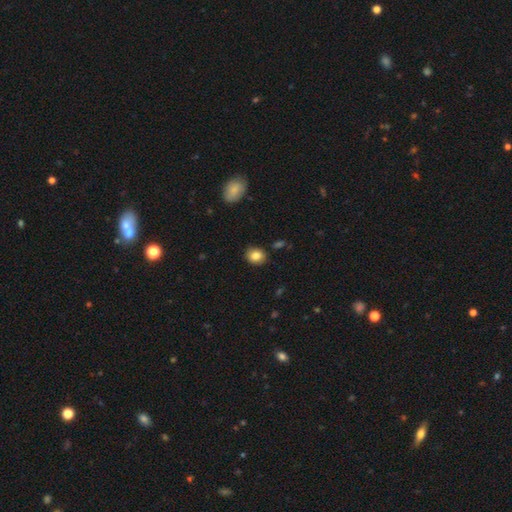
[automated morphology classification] This appears to be a smooth galaxy with no disk features (84%) that is round (60%). Merging: none (86%).